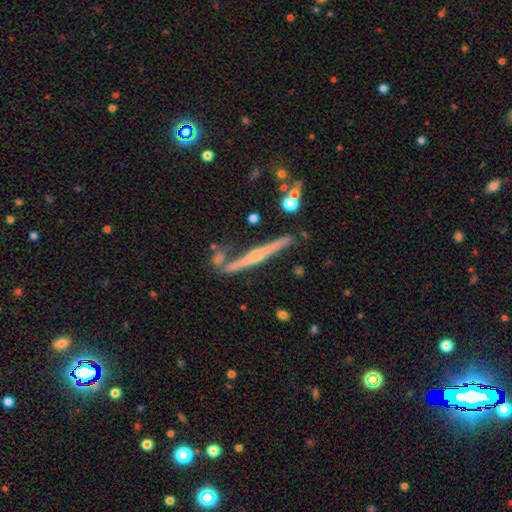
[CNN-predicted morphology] Smooth or featured? Predicted: featured or disk (p=0.78). Edge-on disk? Predicted: yes (p=0.98). Edge-on bulge? Predicted: rounded (p=0.76). Merging? Predicted: none (p=0.77).